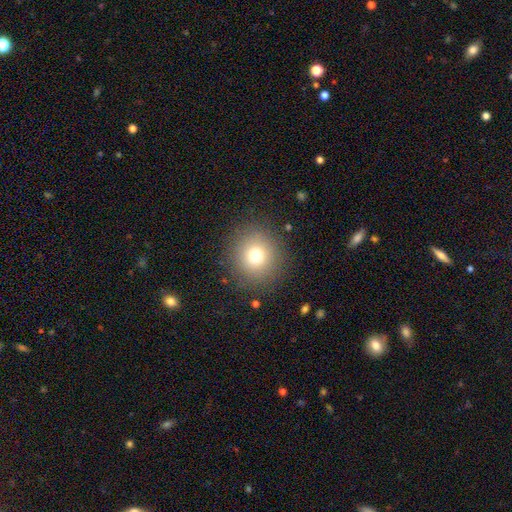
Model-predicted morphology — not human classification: The model was most divided on "smooth or featured": smooth: 73%, star or artifact: 15%, featured or disk: 11%. More confident: how rounded — round (92%); merging — none (87%).